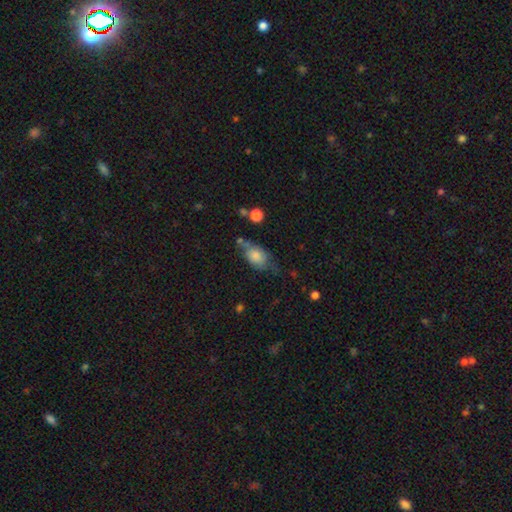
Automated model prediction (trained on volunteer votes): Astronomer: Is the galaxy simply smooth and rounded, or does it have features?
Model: smooth — 73%.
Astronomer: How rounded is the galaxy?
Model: in between — 84%.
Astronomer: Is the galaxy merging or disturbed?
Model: none — 41% (runner-up: minor disturbance, 34%).